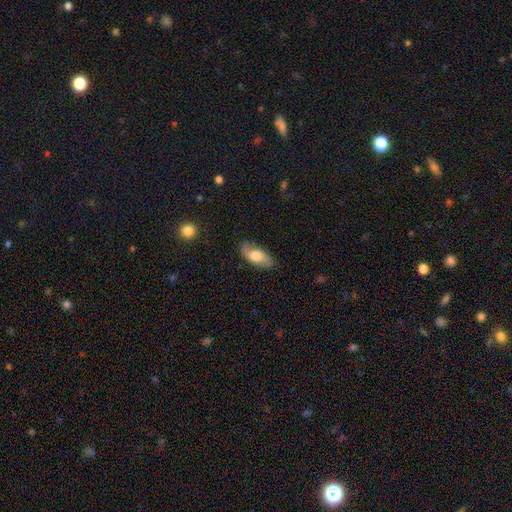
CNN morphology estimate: The model was most divided on "smooth or featured": smooth: 51%, featured or disk: 42%, star or artifact: 7%. More confident: how rounded — in between (85%); merging — none (73%).